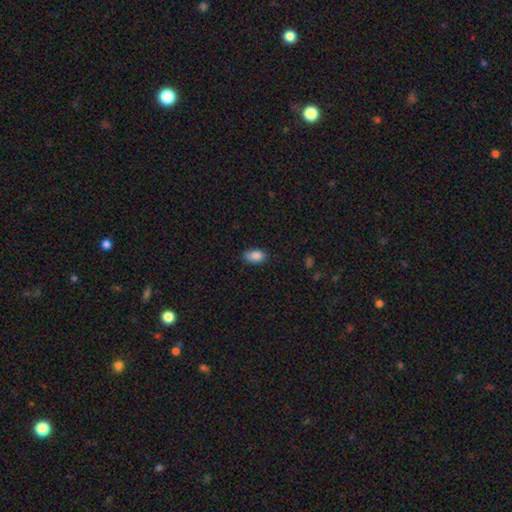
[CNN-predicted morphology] A smooth galaxy with no disk features (86%) that is in between round and cigar-shaped (89%).

Vote fractions:
- Smooth or featured? smooth: 86% / star or artifact: 8% / featured or disk: 6%
- How rounded? in between: 89% / round: 9% / cigar-shaped: 2%
- Merging? none: 73% / minor disturbance: 22% / major disturbance: 4% / merger: 1%